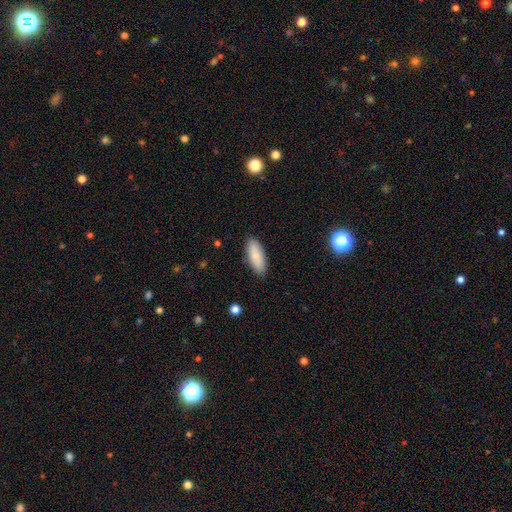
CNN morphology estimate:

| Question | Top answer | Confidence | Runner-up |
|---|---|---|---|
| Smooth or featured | smooth | 87% | featured or disk (7%) |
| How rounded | in between | 78% | cigar-shaped (20%) |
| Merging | none | 88% | minor disturbance (9%) |